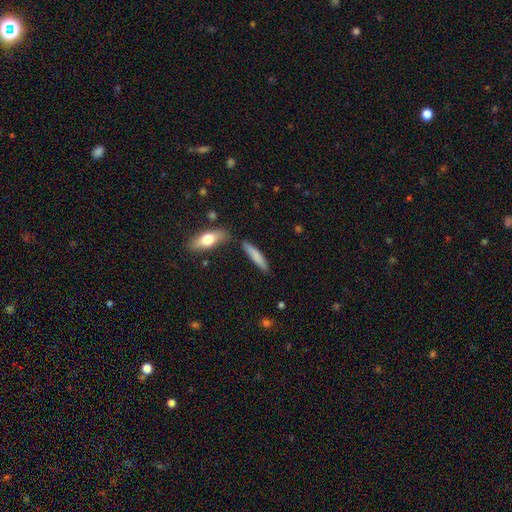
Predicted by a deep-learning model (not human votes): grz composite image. It shows a smooth galaxy with no disk features (76%) that is cigar-shaped (87%). Merging: none (80%).